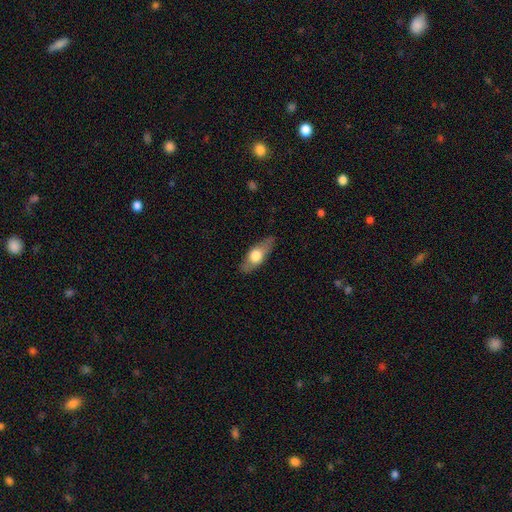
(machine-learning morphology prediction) smooth 55%, featured or disk 39%, star or artifact 6%. Down the decision tree: how rounded — in between (65%); merging — none (81%).